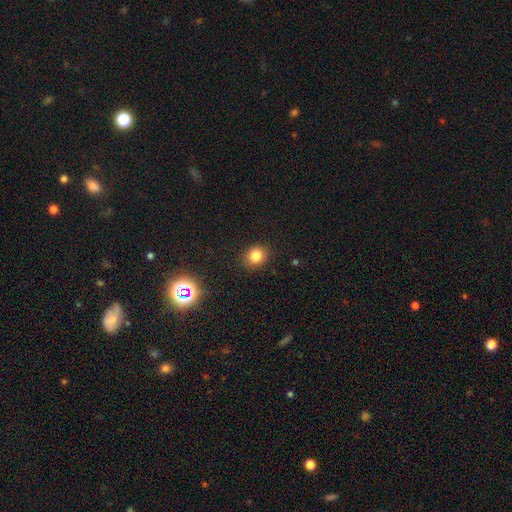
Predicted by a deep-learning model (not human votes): A smooth galaxy with no disk features (80%) that is round (72%). Merging: none (88%).